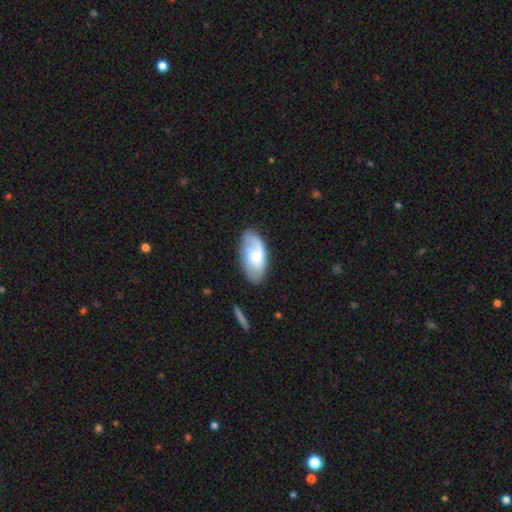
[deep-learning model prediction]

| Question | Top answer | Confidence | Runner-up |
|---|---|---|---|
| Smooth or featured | smooth | 60% | featured or disk (34%) |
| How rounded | in between | 94% | round (3%) |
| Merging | none | 71% | minor disturbance (20%) |